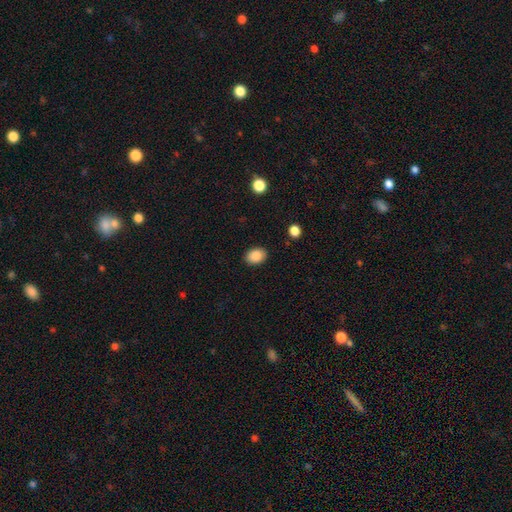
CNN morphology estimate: This is clearly a smooth galaxy (87%). How rounded: likely in between (74%). Merging: clearly none (89%).